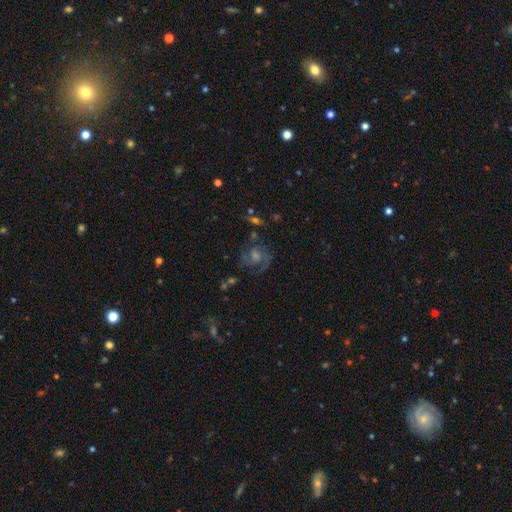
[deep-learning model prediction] Q: Smooth or featured?
A: featured or disk (70%); runner-up: star or artifact (16%)
Q: Edge-on disk?
A: no (97%); runner-up: yes (3%)
Q: Bar?
A: no (59%); runner-up: weak (34%)
Q: Spiral arms?
A: yes (91%); runner-up: no (9%)
Q: Spiral winding?
A: medium (49%); runner-up: tight (36%)
Q: Spiral arm count?
A: 2 (61%); runner-up: can't tell (17%)
Q: Bulge size?
A: moderate (46%); runner-up: small (29%)
Q: Merging?
A: none (68%); runner-up: minor disturbance (15%)